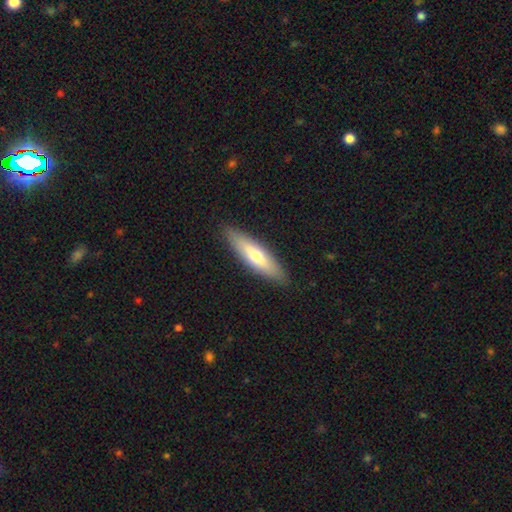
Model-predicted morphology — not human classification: smooth_or_featured: smooth (p=0.58) [alt: featured or disk p=0.36]
how_rounded: cigar-shaped (p=0.68) [alt: in between p=0.30]
merging: none (p=0.89) [alt: minor disturbance p=0.08]